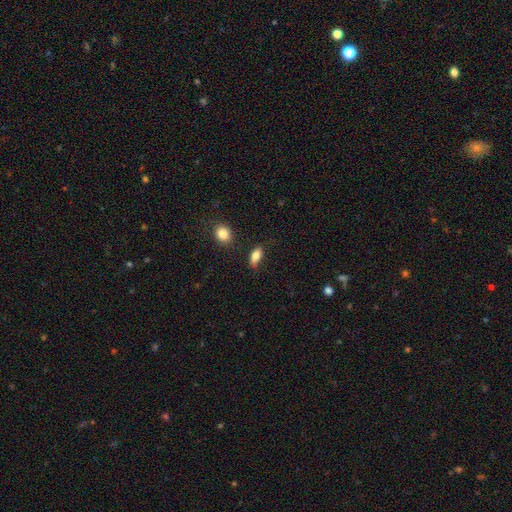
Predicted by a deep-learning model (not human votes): This is clearly a smooth galaxy (82%). How rounded: clearly in between (83%). Merging: likely none (67%).